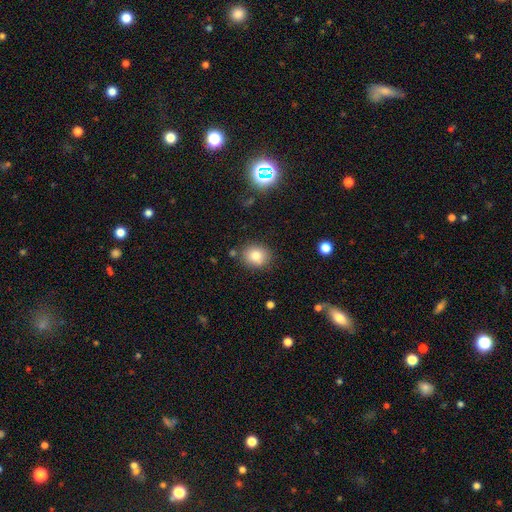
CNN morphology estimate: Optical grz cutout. It shows a smooth galaxy with no disk features (81%) that is round (63%). Merging: none (81%).